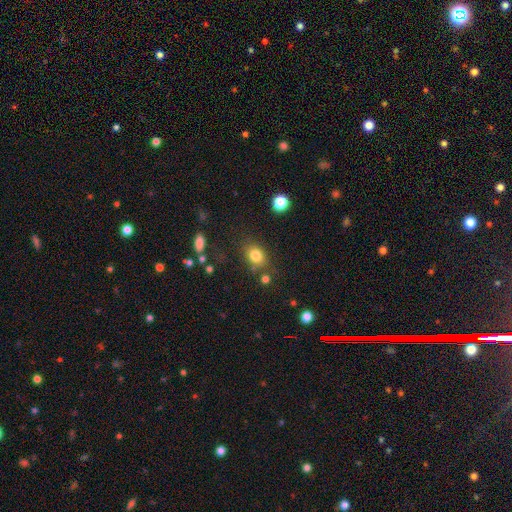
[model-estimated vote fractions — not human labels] A smooth galaxy with no disk features (81%) that is in between round and cigar-shaped (54%).

Vote fractions:
- Smooth or featured? smooth: 81% / star or artifact: 11% / featured or disk: 8%
- How rounded? in between: 54% / round: 45% / cigar-shaped: 1%
- Merging? none: 72% / minor disturbance: 15% / merger: 6% / major disturbance: 6%